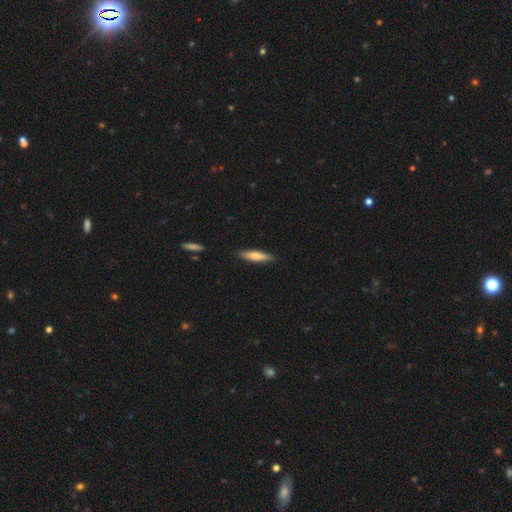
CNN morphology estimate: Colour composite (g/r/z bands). It shows a smooth galaxy with no disk features (64%) that is cigar-shaped (76%). Merging: none (88%).